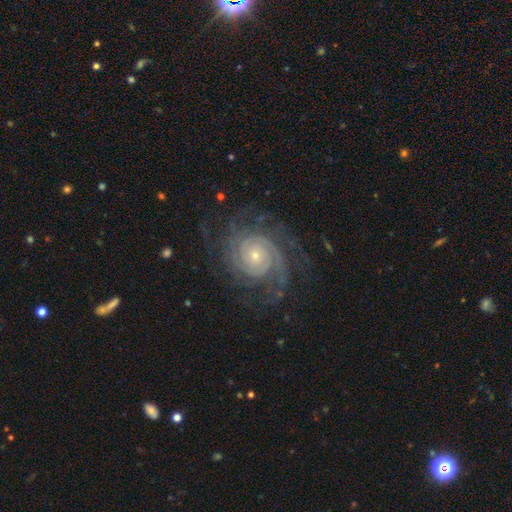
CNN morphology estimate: Smooth or featured: featured or disk — 90% (star or artifact — 6%)
Edge-on disk: no — 98% (yes — 2%)
Bar: no — 77% (weak — 18%)
Spiral arms: yes — 98% (no — 2%)
Spiral winding: tight — 74% (medium — 22%)
Spiral arm count: 2 — 23% (can't tell — 22%)
Bulge size: small — 73% (moderate — 23%)
Merging: none — 75% (minor disturbance — 15%)